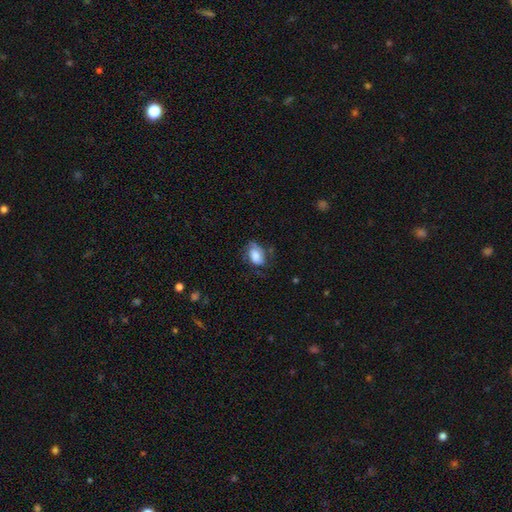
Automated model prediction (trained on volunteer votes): The model was most divided on "merging": none: 51%, minor disturbance: 30%, major disturbance: 17%, merger: 2%. More confident: how rounded — in between (84%); smooth or featured — smooth (61%).